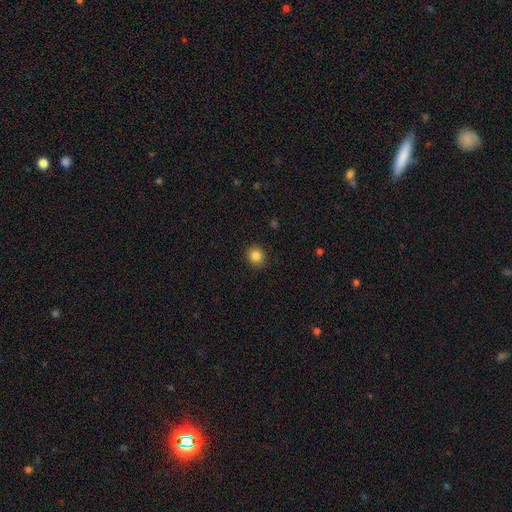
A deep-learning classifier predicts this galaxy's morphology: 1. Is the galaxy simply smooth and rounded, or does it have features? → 85% smooth, 10% star or artifact, 5% featured or disk.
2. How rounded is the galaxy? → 82% round, 17% in between, 1% cigar-shaped.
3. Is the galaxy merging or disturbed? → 90% none, 7% minor disturbance, 2% major disturbance, 1% merger.